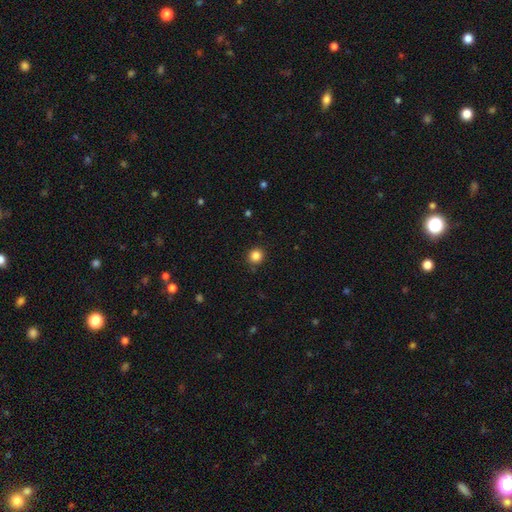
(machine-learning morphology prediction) This appears to be a smooth galaxy with no disk features (85%) that is round (91%). Merging: none (89%).